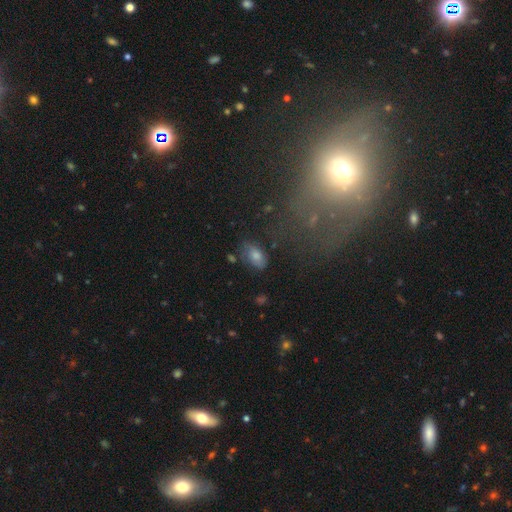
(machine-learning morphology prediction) Smooth or featured?
  - smooth: 68% *
  - featured or disk: 21%
  - star or artifact: 11%
How rounded?
  - in between: 90% *
  - round: 7%
  - cigar-shaped: 3%
Merging?
  - none: 66% *
  - minor disturbance: 23%
  - major disturbance: 8%
  - merger: 4%